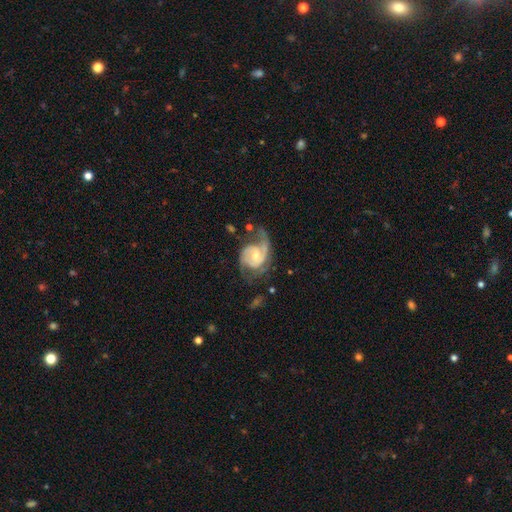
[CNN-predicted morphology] Smooth or featured? Predicted: featured or disk (p=0.83). Edge-on disk? Predicted: no (p=0.98). Bar? Predicted: no (p=0.51). Spiral arms? Predicted: yes (p=0.94). Spiral winding? Predicted: medium (p=0.45). Spiral arm count? Predicted: 2 (p=0.56). Bulge size? Predicted: moderate (p=0.47). Merging? Predicted: none (p=0.41).